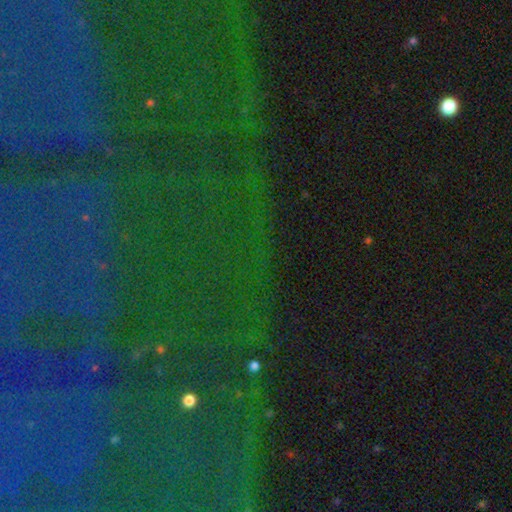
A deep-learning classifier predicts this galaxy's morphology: This appears to be a star or artifact, not a galaxy (81%).